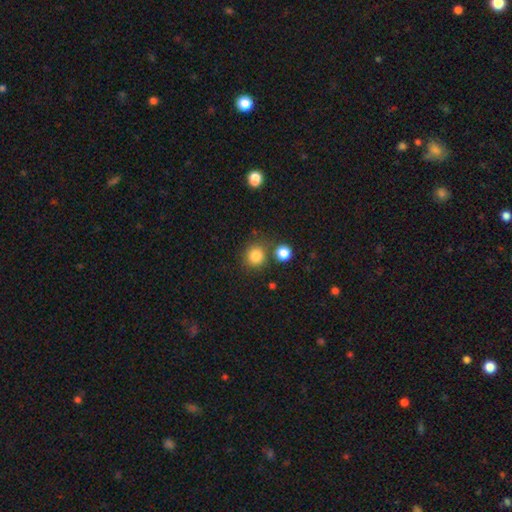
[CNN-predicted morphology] A smooth galaxy with no disk features (83%) that is round (89%).

Vote fractions:
- Smooth or featured? smooth: 83% / star or artifact: 12% / featured or disk: 6%
- How rounded? round: 89% / in between: 10% / cigar-shaped: 1%
- Merging? none: 73% / merger: 13% / minor disturbance: 10% / major disturbance: 4%